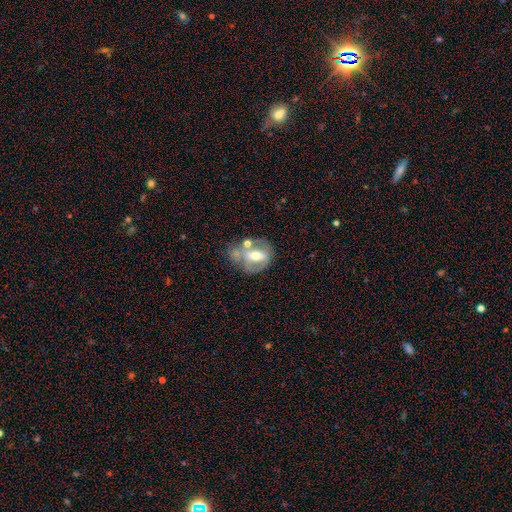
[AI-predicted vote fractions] Q: Smooth or featured?
A: featured or disk (59%); runner-up: smooth (33%)
Q: Edge-on disk?
A: no (92%); runner-up: yes (8%)
Q: Bar?
A: strong (36%); runner-up: no (34%)
Q: Spiral arms?
A: no (68%); runner-up: yes (32%)
Q: Bulge size?
A: moderate (66%); runner-up: small (25%)
Q: Merging?
A: none (38%); runner-up: merger (28%)